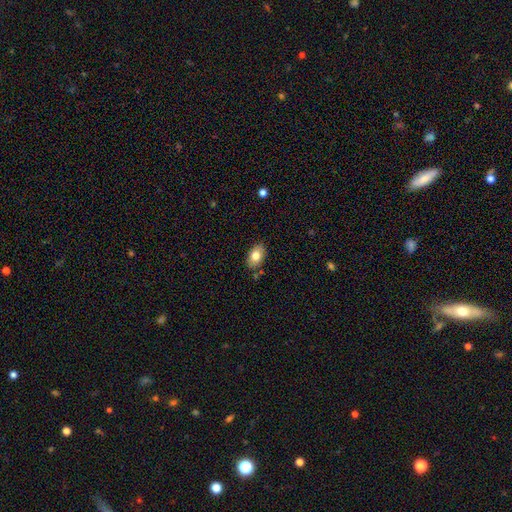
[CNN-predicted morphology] smooth 79%, featured or disk 13%, star or artifact 8%. Down the decision tree: how rounded — in between (87%); merging — none (81%).